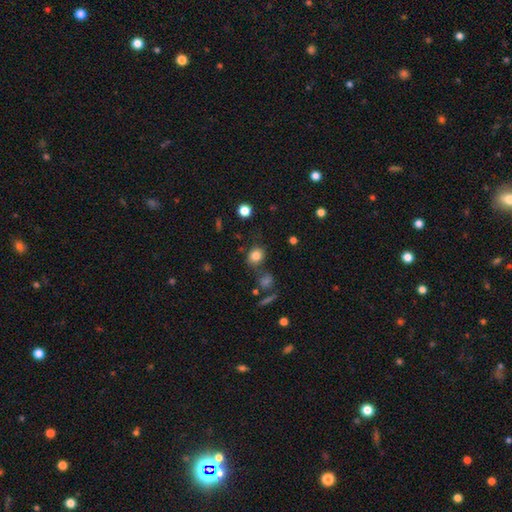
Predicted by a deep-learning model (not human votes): Q: Smooth or featured?
A: smooth (82%); runner-up: star or artifact (11%)
Q: How rounded?
A: round (60%); runner-up: in between (39%)
Q: Merging?
A: none (69%); runner-up: minor disturbance (16%)